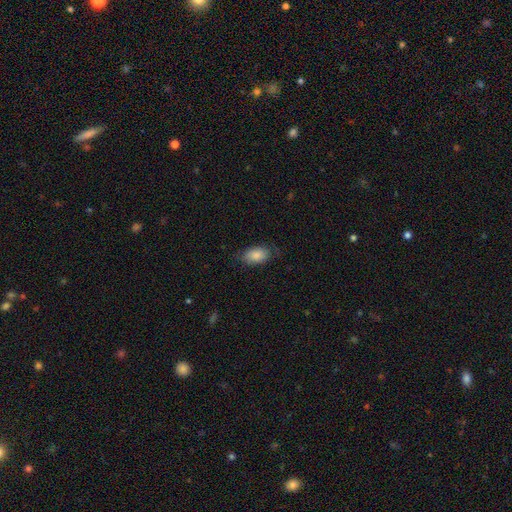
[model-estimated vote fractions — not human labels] smooth_or_featured: smooth (p=0.85) [alt: featured or disk p=0.08]
how_rounded: in between (p=0.91) [alt: round p=0.06]
merging: none (p=0.72) [alt: minor disturbance p=0.21]